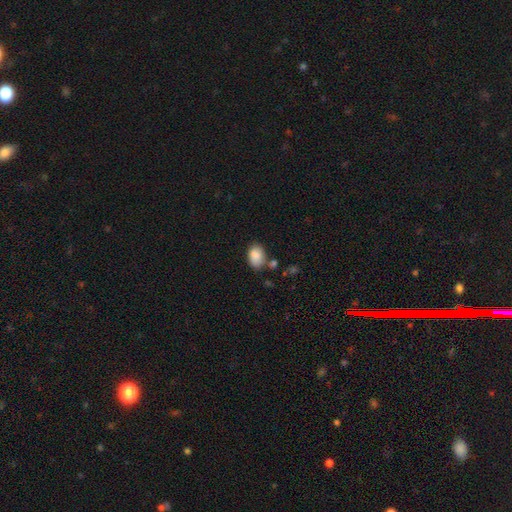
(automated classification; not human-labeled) This appears to be a smooth galaxy with no disk features (87%) that is in between round and cigar-shaped (84%). Merging: none (68%).